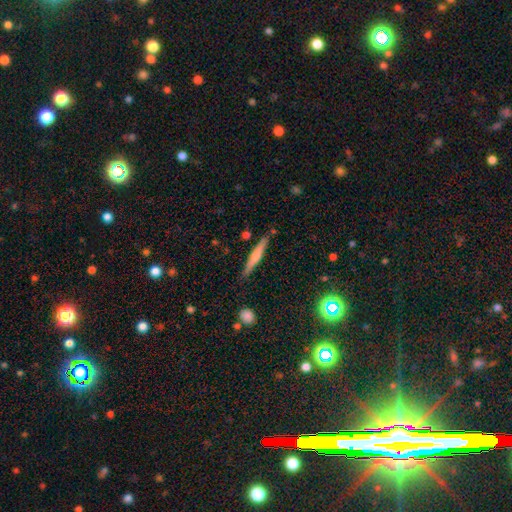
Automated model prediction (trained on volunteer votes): Smooth or featured?
  - smooth: 47% * (tied)
  - featured or disk: 47% * (tied)
  - star or artifact: 6%
Merging?
  - none: 86% *
  - minor disturbance: 10%
  - merger: 2%
  - major disturbance: 2%